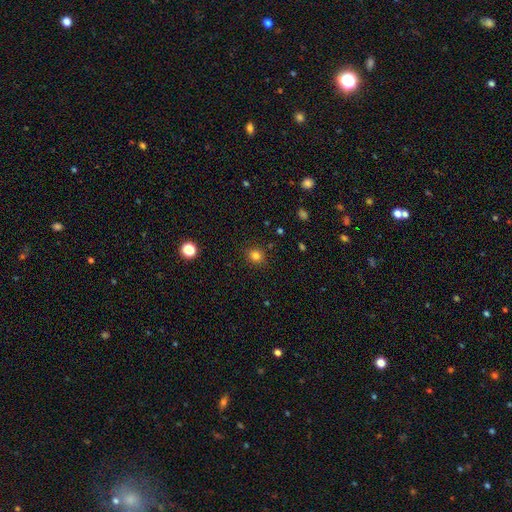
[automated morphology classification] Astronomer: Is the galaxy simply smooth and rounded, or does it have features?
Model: smooth — 82%.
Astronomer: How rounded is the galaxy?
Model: round — 81%.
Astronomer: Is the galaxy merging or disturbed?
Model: none — 88%.